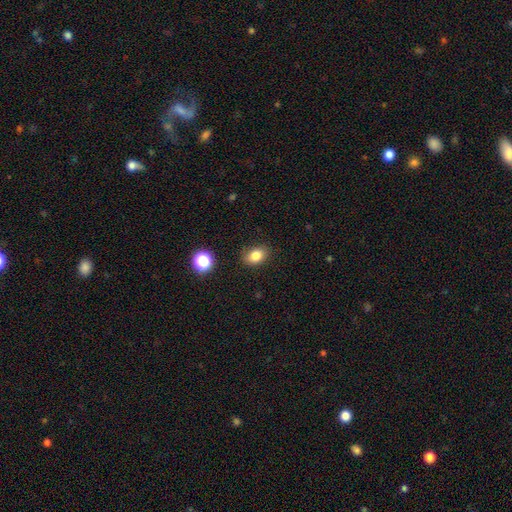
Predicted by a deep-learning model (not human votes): The model was most divided on "how rounded": in between: 73%, round: 26%, cigar-shaped: 1%. More confident: merging — none (85%); smooth or featured — smooth (82%).